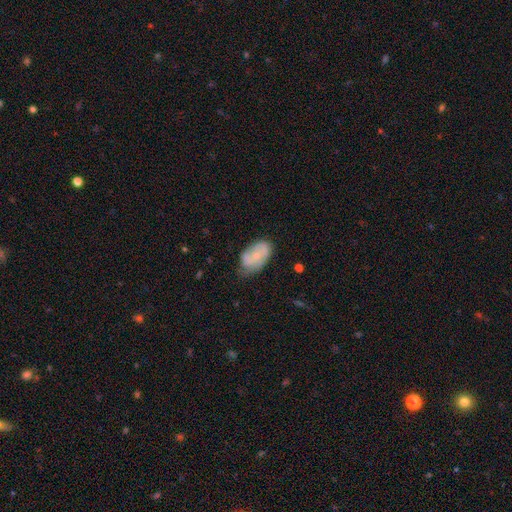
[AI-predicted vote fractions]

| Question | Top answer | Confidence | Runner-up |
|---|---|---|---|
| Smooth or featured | featured or disk | 50% | smooth (43%) |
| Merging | none | 50% | minor disturbance (36%) |